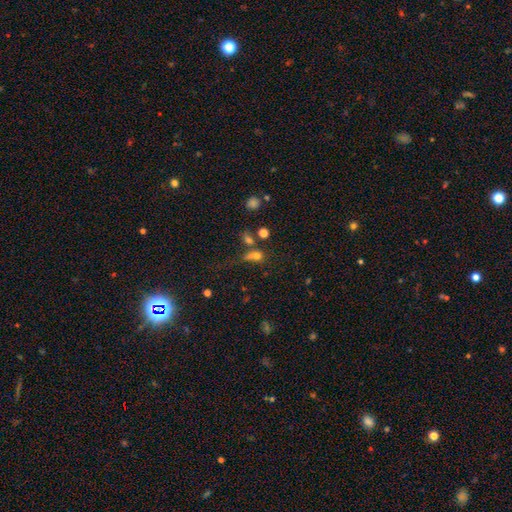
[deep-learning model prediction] smooth_or_featured: smooth (p=0.64) [alt: star or artifact p=0.22]
how_rounded: round (p=0.52) [alt: in between p=0.41]
merging: none (p=0.35) [alt: merger p=0.32]